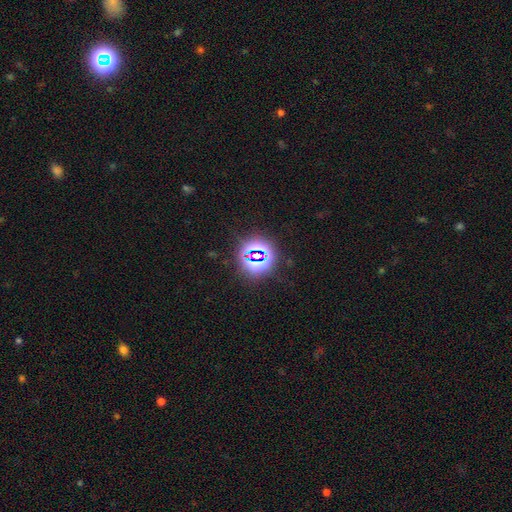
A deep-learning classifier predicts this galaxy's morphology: Q: Smooth or featured?
A: star or artifact (74%); runner-up: smooth (17%)